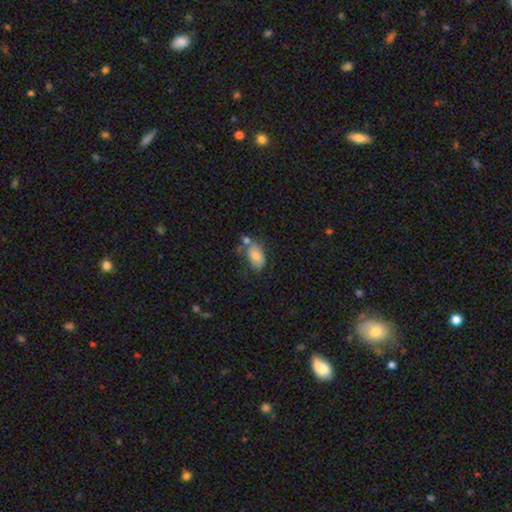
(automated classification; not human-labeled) smooth_or_featured: smooth (p=0.70) [alt: featured or disk p=0.21]
how_rounded: in between (p=0.89) [alt: round p=0.10]
merging: none (p=0.44) [alt: minor disturbance p=0.24]